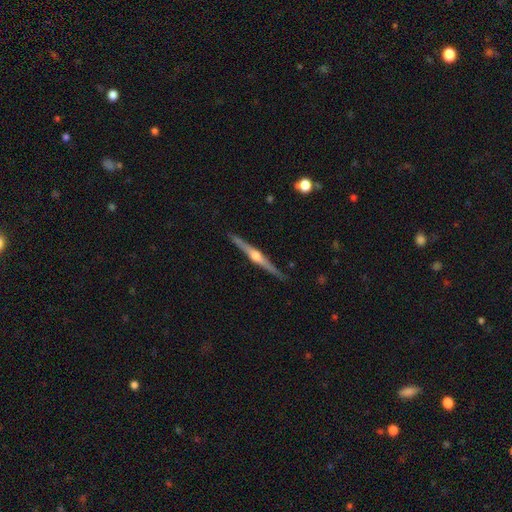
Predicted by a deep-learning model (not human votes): This appears to be a featured or disk galaxy (82%) viewed edge-on (99%) with a rounded central bulge (93%). Merging: none (90%).